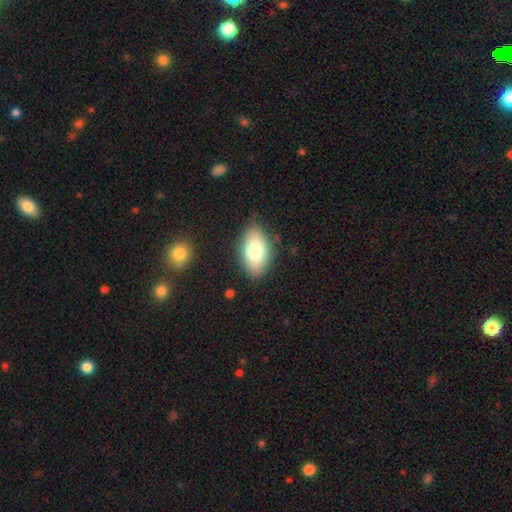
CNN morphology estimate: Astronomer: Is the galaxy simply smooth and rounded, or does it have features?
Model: smooth — 75%.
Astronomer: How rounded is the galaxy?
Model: in between — 91%.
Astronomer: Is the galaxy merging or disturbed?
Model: none — 86%.